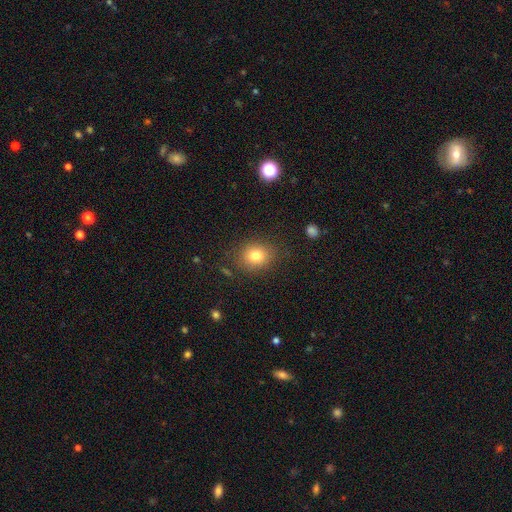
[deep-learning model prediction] Smooth or featured: smooth — 80% (star or artifact — 12%)
How rounded: round — 66% (in between — 33%)
Merging: none — 83% (minor disturbance — 11%)